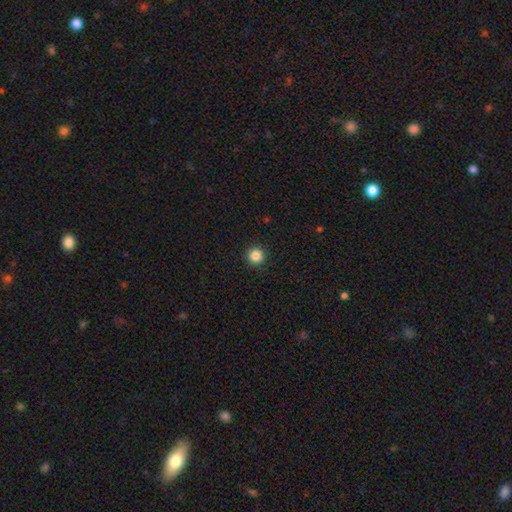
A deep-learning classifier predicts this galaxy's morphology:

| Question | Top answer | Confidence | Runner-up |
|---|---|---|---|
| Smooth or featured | smooth | 85% | star or artifact (11%) |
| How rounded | round | 96% | in between (3%) |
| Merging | none | 93% | minor disturbance (4%) |